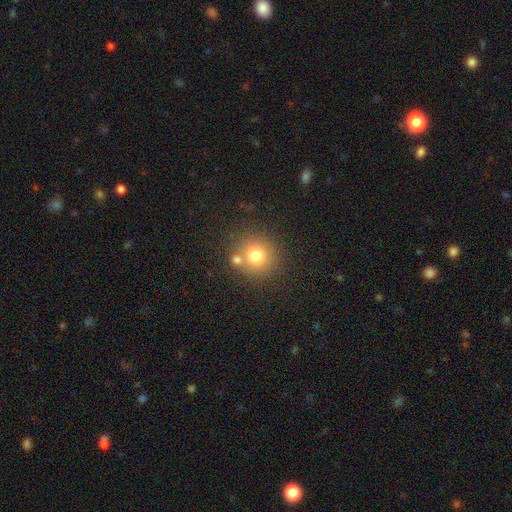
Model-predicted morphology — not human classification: Q: Smooth or featured?
A: smooth (75%); runner-up: star or artifact (14%)
Q: How rounded?
A: round (91%); runner-up: in between (8%)
Q: Merging?
A: none (70%); runner-up: merger (18%)